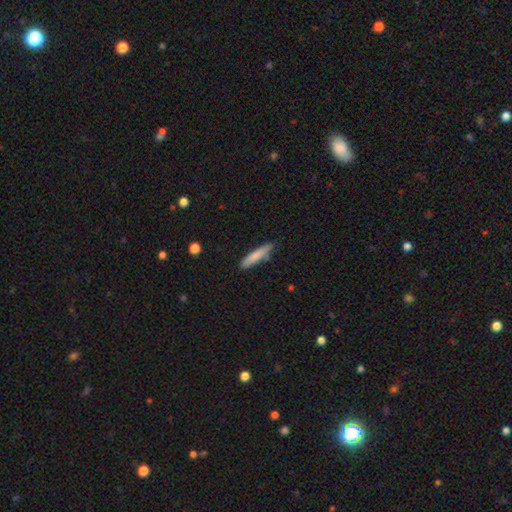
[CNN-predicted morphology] This is likely a smooth galaxy (78%). How rounded: clearly cigar-shaped (87%). Merging: likely none (79%).